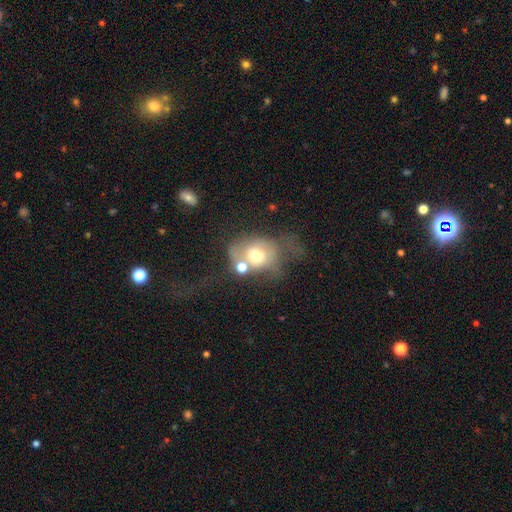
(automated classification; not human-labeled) smooth_or_featured: smooth (p=0.57) [alt: featured or disk p=0.31]
how_rounded: round (p=0.57) [alt: in between p=0.42]
merging: merger (p=0.30) [tied with: major disturbance p=0.30]